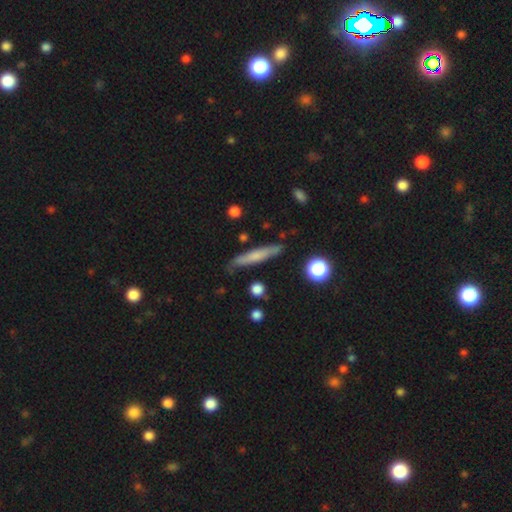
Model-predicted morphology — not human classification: smooth-or-featured: smooth: 56% | featured or disk: 37% | star or artifact: 7%
  how-rounded: cigar-shaped: 91% | in between: 6% | round: 2%
  merging: none: 82% | minor disturbance: 13% | major disturbance: 3% | merger: 3%